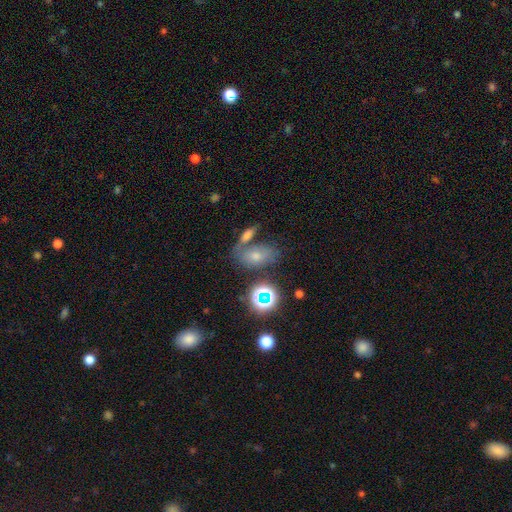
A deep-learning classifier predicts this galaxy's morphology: This is likely a smooth galaxy (63%). How rounded: clearly in between (82%). Merging: possibly none (48%).